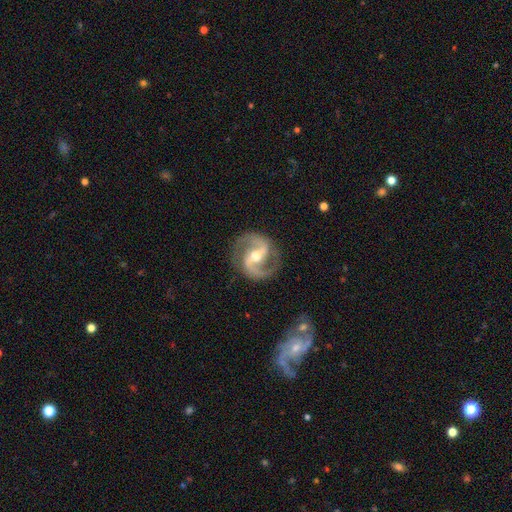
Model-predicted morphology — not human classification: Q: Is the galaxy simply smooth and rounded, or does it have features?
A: featured or disk — 92%.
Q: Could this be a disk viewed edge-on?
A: no — 98%.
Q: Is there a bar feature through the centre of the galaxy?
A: weak — 40%.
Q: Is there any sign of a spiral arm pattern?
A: yes — 98%.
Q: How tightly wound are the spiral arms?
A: medium — 64%.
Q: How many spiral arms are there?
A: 2 — 94%.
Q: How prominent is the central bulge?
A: moderate — 67%.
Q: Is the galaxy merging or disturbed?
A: none — 85%.